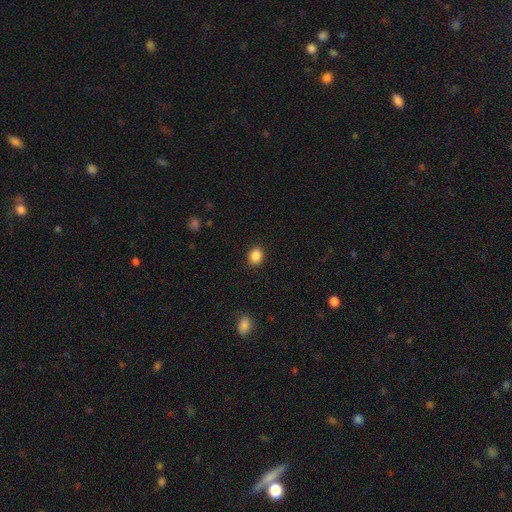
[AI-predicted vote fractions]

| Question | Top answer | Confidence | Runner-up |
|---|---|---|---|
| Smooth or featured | smooth | 87% | star or artifact (10%) |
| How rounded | round | 57% | in between (42%) |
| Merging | none | 89% | minor disturbance (7%) |